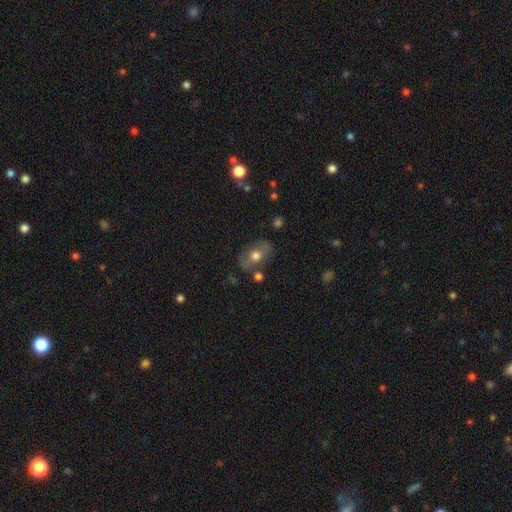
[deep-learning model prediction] smooth_or_featured: smooth (p=0.56) [alt: featured or disk p=0.36]
how_rounded: in between (p=0.75) [alt: round p=0.23]
merging: none (p=0.72) [alt: minor disturbance p=0.16]